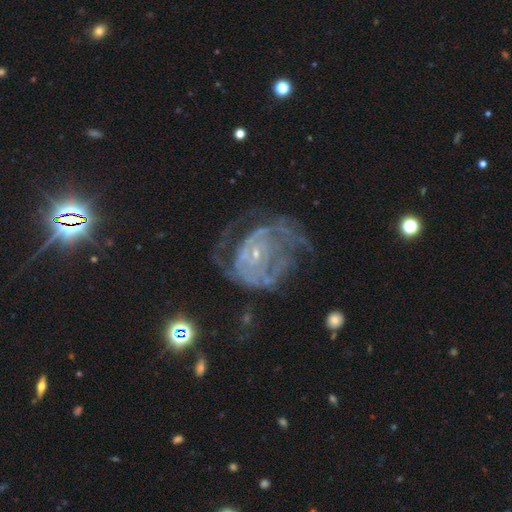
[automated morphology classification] type=featured or disk (84%); edge-on=no (98%); bar=no (69%); spiral arms=yes (89%); winding=tight (51%); arm count=can't tell (33%); bulge=small (82%); merging=none (47%).